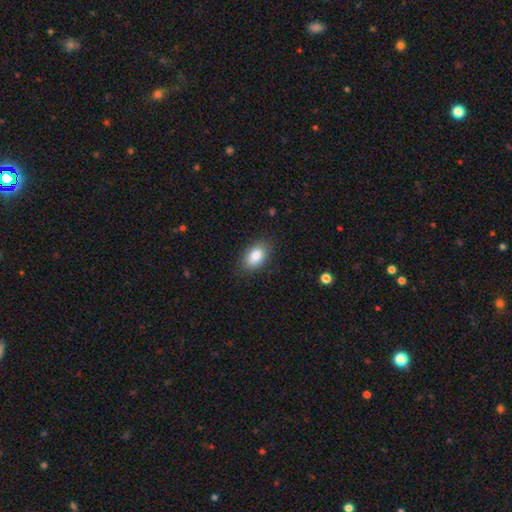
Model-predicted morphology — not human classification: smooth-or-featured: smooth: 83% | featured or disk: 9% | star or artifact: 8%
  how-rounded: in between: 89% | round: 9% | cigar-shaped: 2%
  merging: none: 85% | minor disturbance: 11% | major disturbance: 3% | merger: 1%